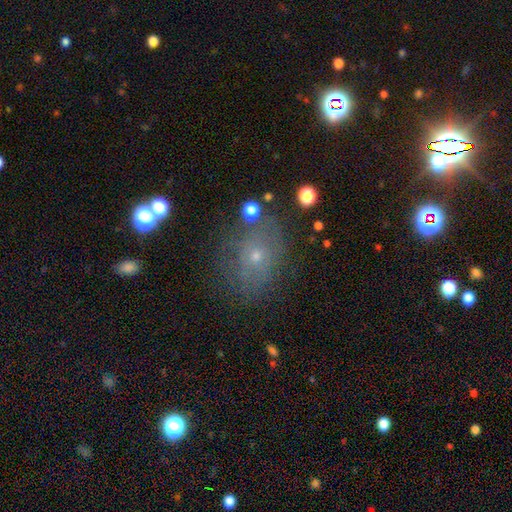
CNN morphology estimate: Smooth or featured?
  - smooth: 46% *
  - featured or disk: 29%
  - star or artifact: 25%
Merging?
  - none: 74% *
  - minor disturbance: 16%
  - major disturbance: 8%
  - merger: 3%